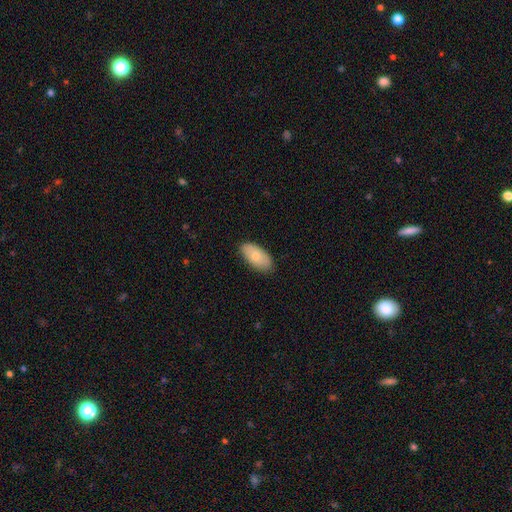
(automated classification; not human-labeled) The model was most divided on "smooth or featured": smooth: 75%, featured or disk: 19%, star or artifact: 6%. More confident: how rounded — in between (94%); merging — none (83%).